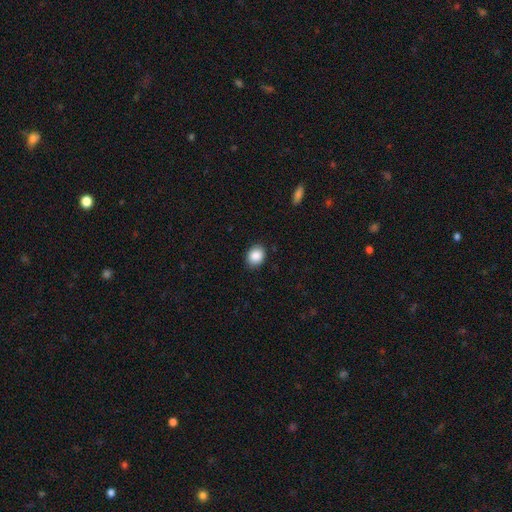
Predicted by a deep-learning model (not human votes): Q: Smooth or featured?
A: smooth (89%); runner-up: star or artifact (8%)
Q: How rounded?
A: in between (50%); runner-up: round (49%)
Q: Merging?
A: none (88%); runner-up: minor disturbance (9%)